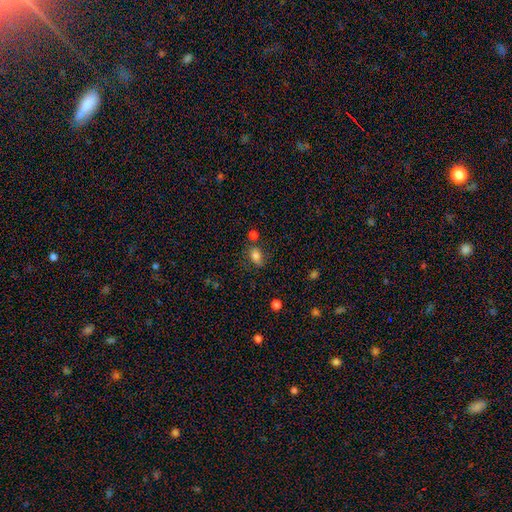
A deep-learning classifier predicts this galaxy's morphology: Smooth or featured: smooth — 79% (star or artifact — 11%)
How rounded: in between — 75% (round — 22%)
Merging: none — 61% (minor disturbance — 19%)